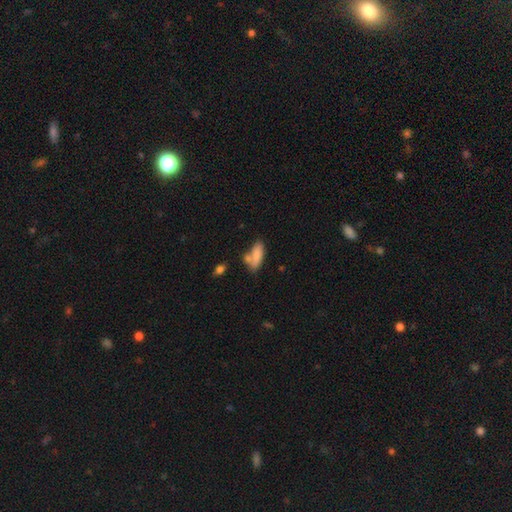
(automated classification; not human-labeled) A smooth galaxy with no disk features (80%) that is in between round and cigar-shaped (72%).

Vote fractions:
- Smooth or featured? smooth: 80% / featured or disk: 12% / star or artifact: 8%
- How rounded? in between: 72% / cigar-shaped: 26% / round: 2%
- Merging? none: 47% / merger: 25% / minor disturbance: 20% / major disturbance: 7%